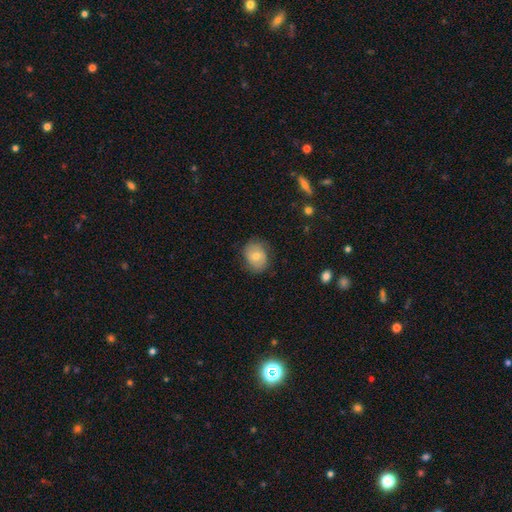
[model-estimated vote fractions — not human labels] smooth 65%, featured or disk 27%, star or artifact 8%. Down the decision tree: how rounded — round (50%); merging — none (76%).